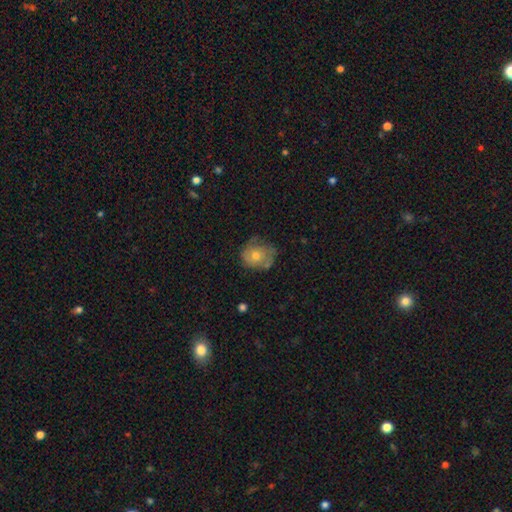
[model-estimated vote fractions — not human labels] Smooth or featured? smooth (51%)
How rounded? round (71%)
Merging? none (60%)